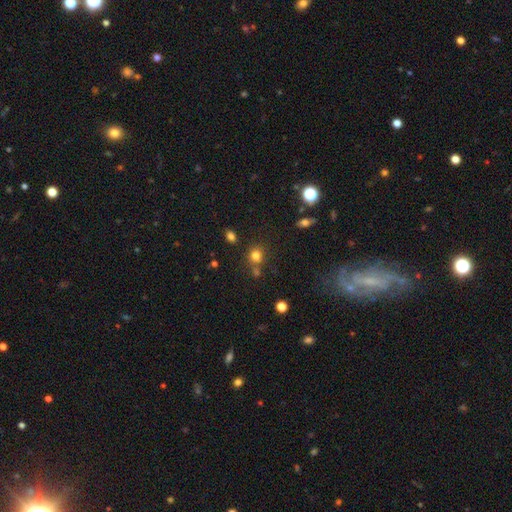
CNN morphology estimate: A smooth galaxy with no disk features (76%) that is round (76%).

Vote fractions:
- Smooth or featured? smooth: 76% / star or artifact: 16% / featured or disk: 7%
- How rounded? round: 76% / in between: 23% / cigar-shaped: 1%
- Merging? none: 65% / merger: 19% / minor disturbance: 12% / major disturbance: 4%